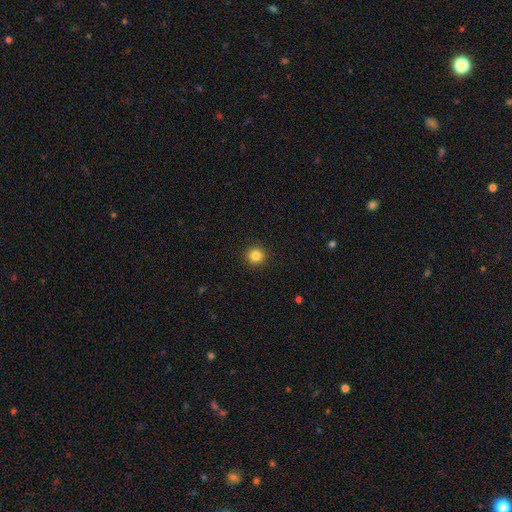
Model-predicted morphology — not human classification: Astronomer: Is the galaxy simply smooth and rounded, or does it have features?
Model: smooth — 84%.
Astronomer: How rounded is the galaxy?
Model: round — 95%.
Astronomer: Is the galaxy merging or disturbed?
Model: none — 93%.